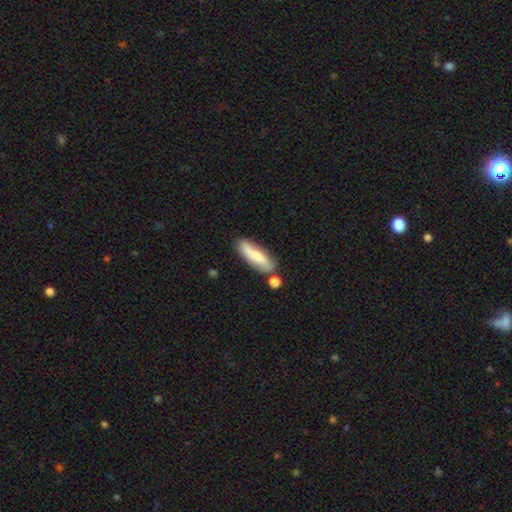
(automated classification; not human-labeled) Smooth or featured?
  - smooth: 62% *
  - featured or disk: 31%
  - star or artifact: 7%
How rounded?
  - cigar-shaped: 54% *
  - in between: 43%
  - round: 3%
Merging?
  - none: 71% *
  - minor disturbance: 15%
  - merger: 10%
  - major disturbance: 4%